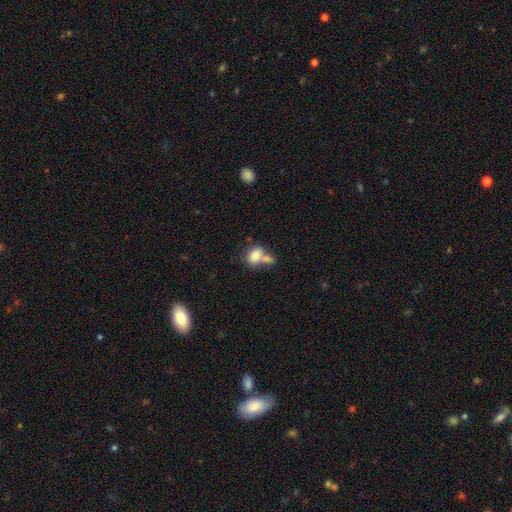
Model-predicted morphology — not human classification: This appears to be a smooth galaxy with no disk features (79%) that is in between round and cigar-shaped (76%). Merging: merger (54%).